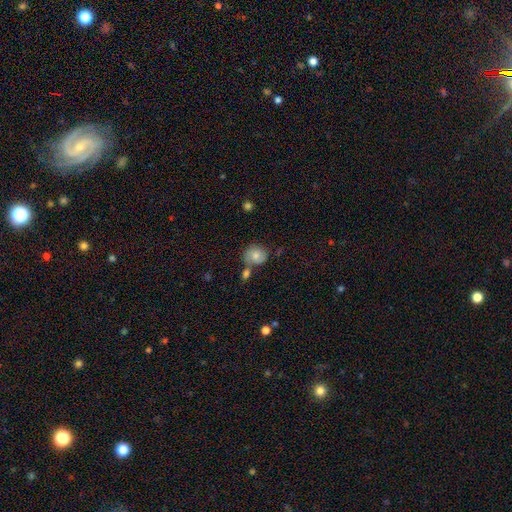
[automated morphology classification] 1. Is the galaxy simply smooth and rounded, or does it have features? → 66% smooth, 24% featured or disk, 9% star or artifact.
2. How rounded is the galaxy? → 73% round, 26% in between, 1% cigar-shaped.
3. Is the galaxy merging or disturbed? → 55% none, 20% merger, 18% minor disturbance, 6% major disturbance.